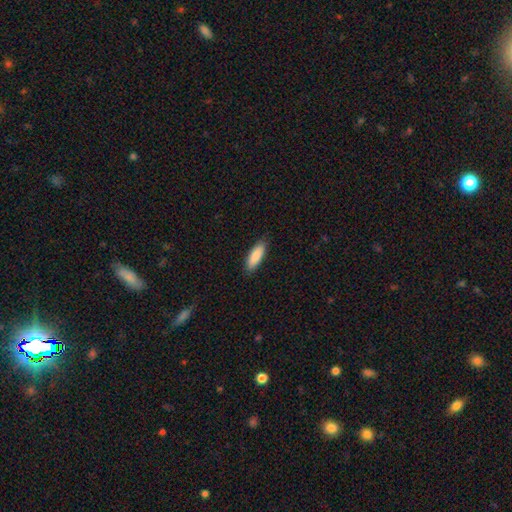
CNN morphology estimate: The model was most divided on "how rounded": in between: 62%, cigar-shaped: 37%, round: 2%. More confident: smooth or featured — smooth (87%); merging — none (86%).